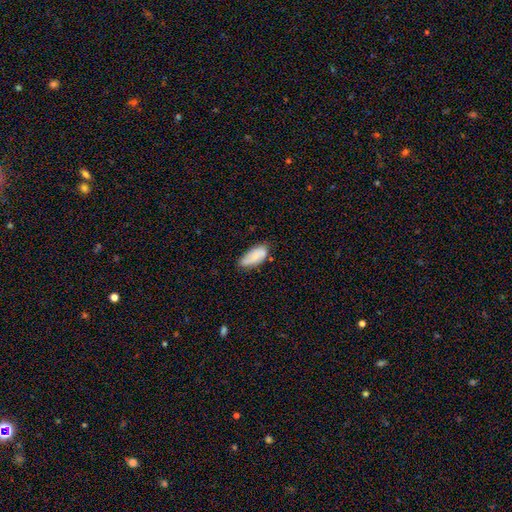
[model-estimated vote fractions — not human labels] Overall: smooth (72%). How rounded: in between (89%). Merging: none (62%; minor disturbance 29%).